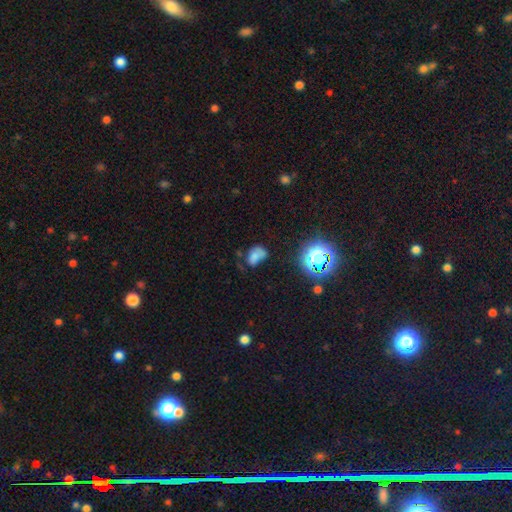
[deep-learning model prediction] This appears to be a smooth galaxy with no disk features (61%) that is in between round and cigar-shaped (76%). Merging: none (31%).